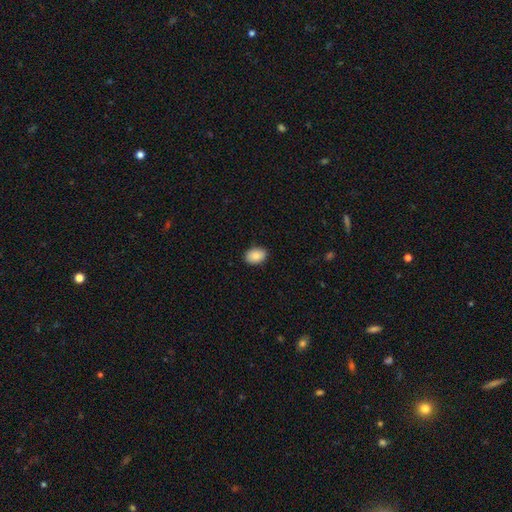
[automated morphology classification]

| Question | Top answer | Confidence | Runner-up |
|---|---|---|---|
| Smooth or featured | smooth | 89% | star or artifact (7%) |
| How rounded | in between | 83% | round (16%) |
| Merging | none | 88% | minor disturbance (9%) |